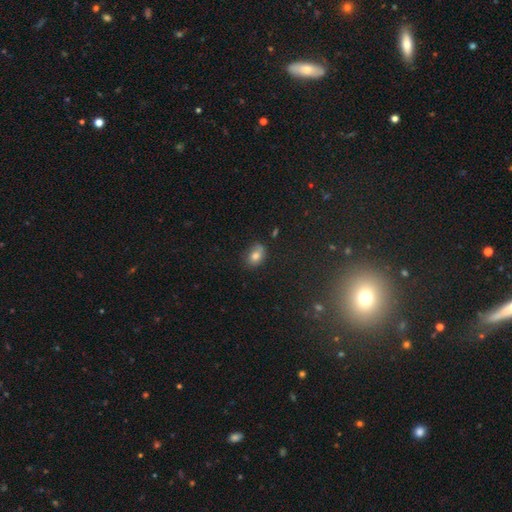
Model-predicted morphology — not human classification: Overall: smooth (79%). How rounded: in between (77%). Merging: none (65%).